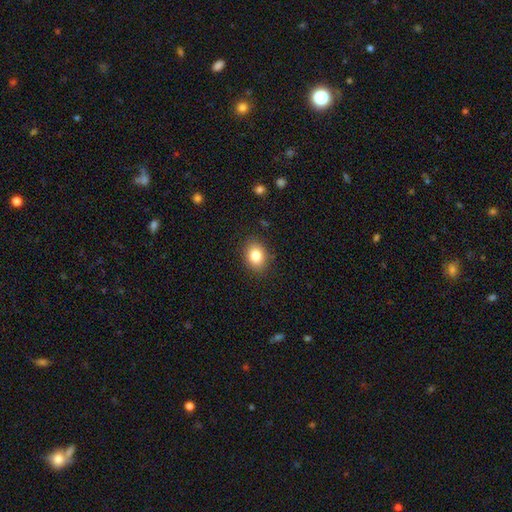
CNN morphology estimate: Smooth or featured? smooth (82%)
How rounded? in between (63%)
Merging? none (87%)